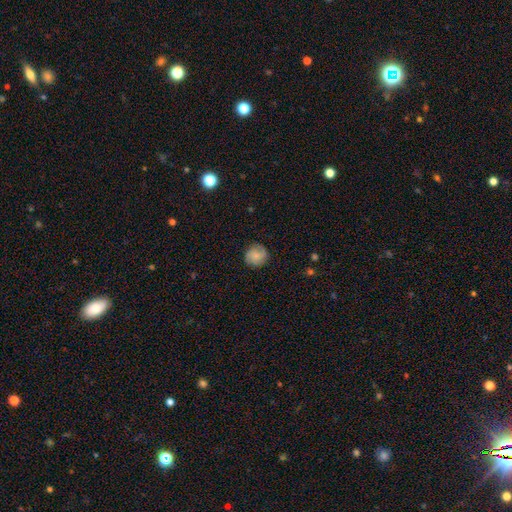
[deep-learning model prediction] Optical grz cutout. It shows a smooth galaxy with no disk features (69%) that is round (89%). Merging: none (82%).